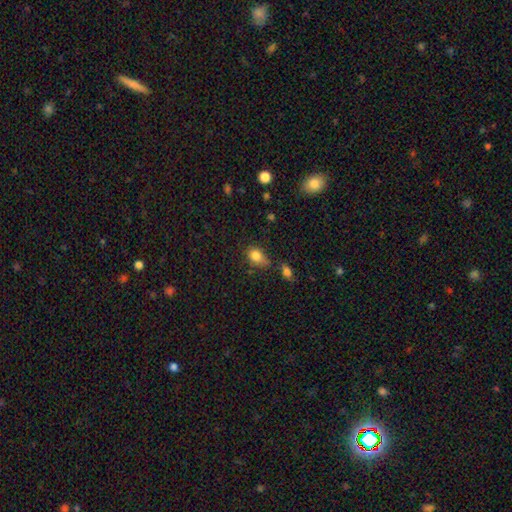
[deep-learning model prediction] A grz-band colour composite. It shows a smooth galaxy with no disk features (82%) that is in between round and cigar-shaped (60%). Merging: none (52%).